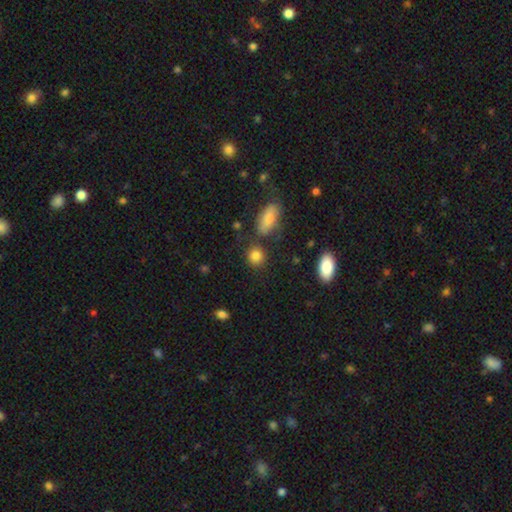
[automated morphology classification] smooth-or-featured: smooth: 84% | star or artifact: 10% | featured or disk: 6%
  how-rounded: round: 78% | in between: 20% | cigar-shaped: 2%
  merging: none: 77% | minor disturbance: 11% | merger: 8% | major disturbance: 4%